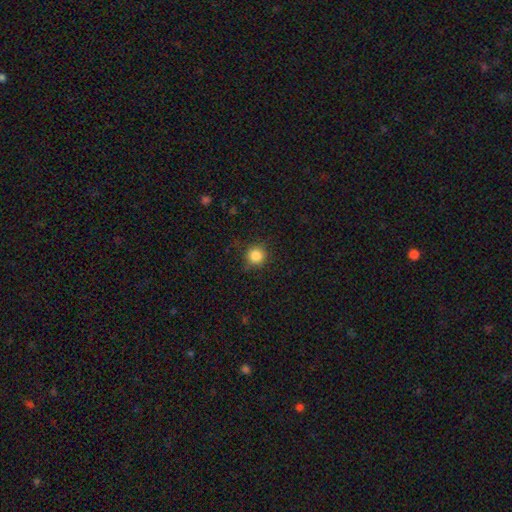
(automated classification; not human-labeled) Q: Smooth or featured?
A: smooth (85%); runner-up: star or artifact (11%)
Q: How rounded?
A: round (93%); runner-up: in between (6%)
Q: Merging?
A: none (85%); runner-up: minor disturbance (10%)